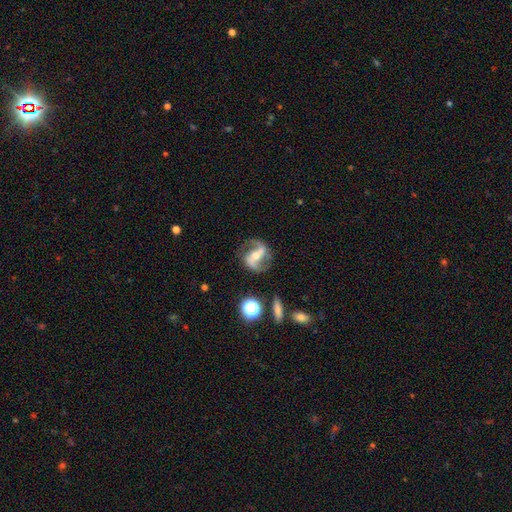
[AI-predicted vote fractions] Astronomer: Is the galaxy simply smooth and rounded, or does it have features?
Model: featured or disk — 87%.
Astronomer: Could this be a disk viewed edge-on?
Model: no — 97%.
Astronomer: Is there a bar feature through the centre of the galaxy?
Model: strong — 49% (runner-up: weak, 31%).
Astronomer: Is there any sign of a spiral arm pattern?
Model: yes — 95%.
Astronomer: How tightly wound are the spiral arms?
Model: medium — 49% (runner-up: loose, 36%).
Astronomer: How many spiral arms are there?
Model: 2 — 92%.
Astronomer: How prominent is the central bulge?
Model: moderate — 56% (runner-up: small, 38%).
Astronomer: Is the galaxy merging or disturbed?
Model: none — 78%.